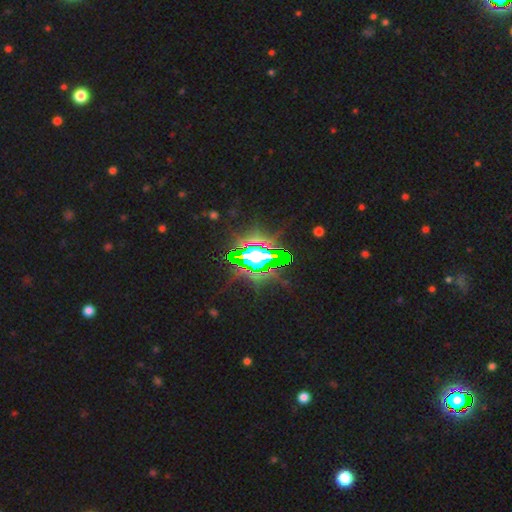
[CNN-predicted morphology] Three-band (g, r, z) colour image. It shows a star or artifact, not a galaxy (76%).